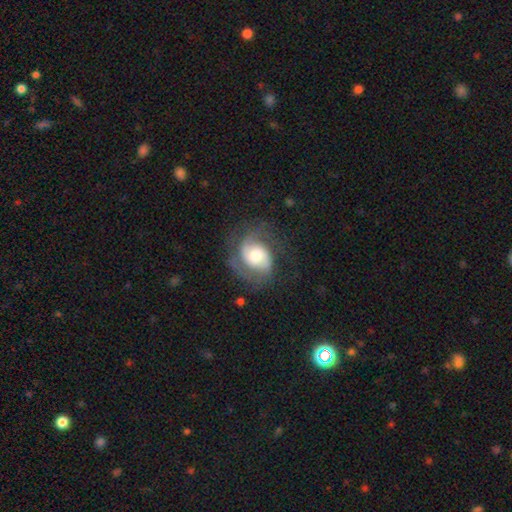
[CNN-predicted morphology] This is likely a featured or disk galaxy (74%). It is clearly not viewed edge-on (98%). Bar: likely no (60%). Spiral arm pattern: clearly yes (92%). Spiral arm count: likely 2 (69%). Spiral winding: possibly medium (47%). Central bulge: likely moderate (60%). Merging: possibly none (60%).